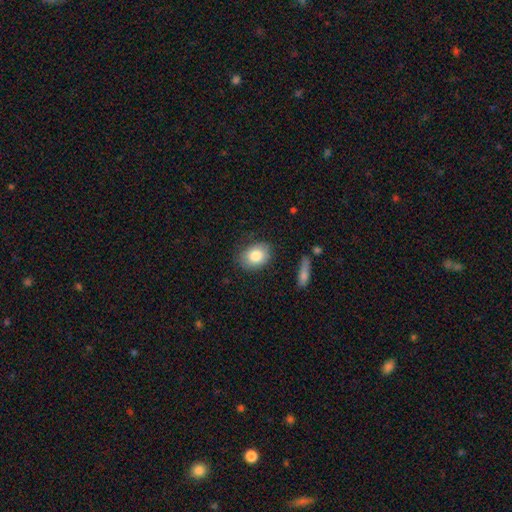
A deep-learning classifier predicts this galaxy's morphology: Smooth or featured? Predicted: smooth (p=0.82). How rounded? Predicted: in between (p=0.69). Merging? Predicted: none (p=0.79).